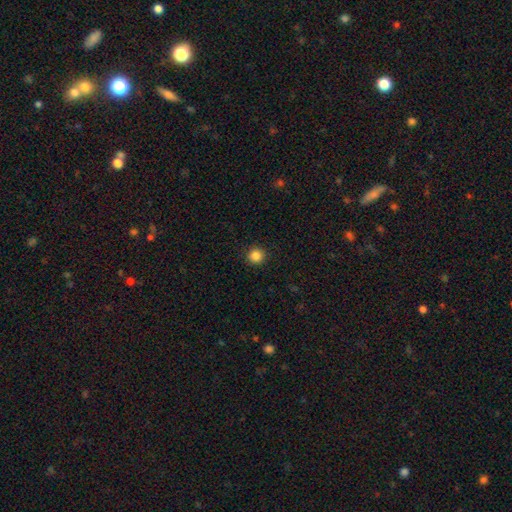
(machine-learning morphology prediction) The model was most divided on "smooth or featured": smooth: 85%, star or artifact: 11%, featured or disk: 4%. More confident: how rounded — round (95%); merging — none (92%).